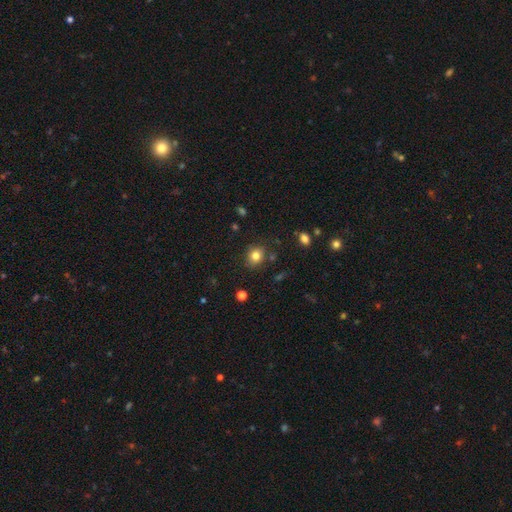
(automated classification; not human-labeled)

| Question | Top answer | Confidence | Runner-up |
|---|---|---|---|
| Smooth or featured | smooth | 81% | star or artifact (11%) |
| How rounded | round | 64% | in between (35%) |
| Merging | none | 81% | minor disturbance (12%) |